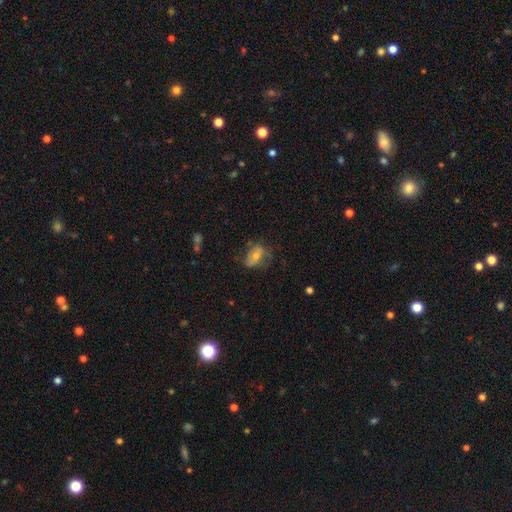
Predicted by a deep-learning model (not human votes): smooth_or_featured: smooth (p=0.51) [alt: featured or disk p=0.39]
how_rounded: in between (p=0.79) [alt: round p=0.18]
merging: none (p=0.47) [alt: minor disturbance p=0.28]